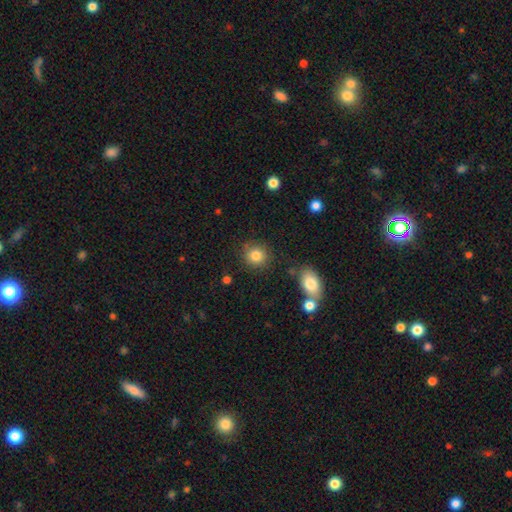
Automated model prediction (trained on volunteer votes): Smooth or featured? Predicted: smooth (p=0.83). How rounded? Predicted: round (p=0.86). Merging? Predicted: none (p=0.82).